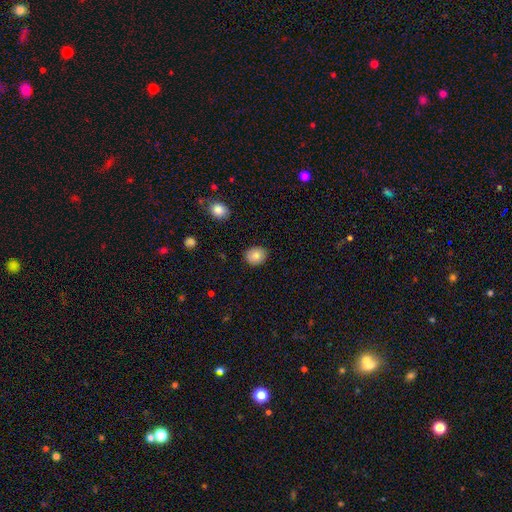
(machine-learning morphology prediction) Smooth or featured? Predicted: smooth (p=0.83). How rounded? Predicted: round (p=0.64). Merging? Predicted: none (p=0.87).